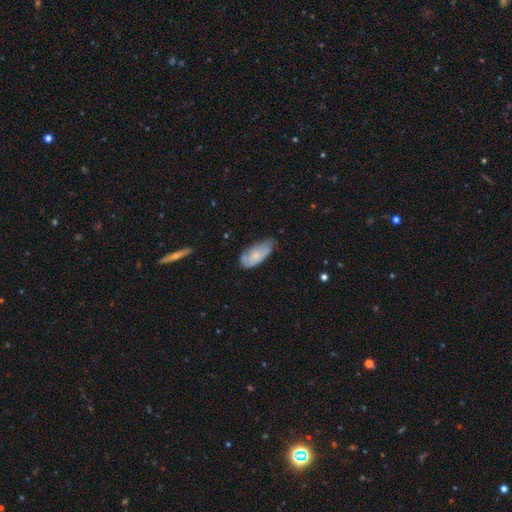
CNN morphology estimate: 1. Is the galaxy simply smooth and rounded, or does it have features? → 68% smooth, 25% featured or disk, 7% star or artifact.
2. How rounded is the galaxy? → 89% in between, 8% cigar-shaped, 3% round.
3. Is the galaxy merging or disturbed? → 43% minor disturbance (tied), 43% none (tied), 11% major disturbance, 3% merger.